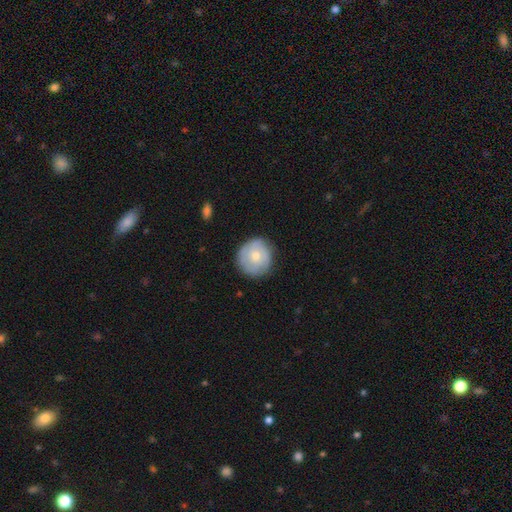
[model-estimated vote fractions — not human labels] smooth-or-featured: smooth: 53% | featured or disk: 40% | star or artifact: 7%
  how-rounded: round: 92% | in between: 7% | cigar-shaped: 1%
  merging: none: 81% | minor disturbance: 14% | major disturbance: 3% | merger: 1%